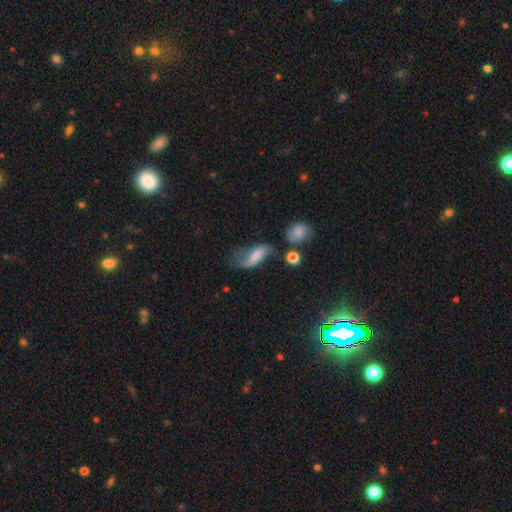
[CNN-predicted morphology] type=smooth (52%); roundness=in between (69%); merging=none (36%).